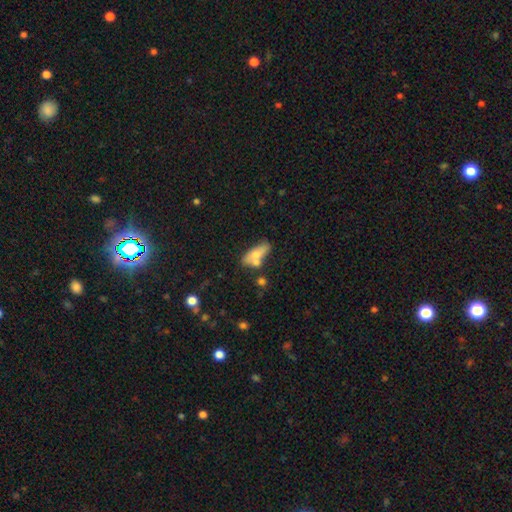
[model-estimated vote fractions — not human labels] Smooth or featured? smooth (65%)
How rounded? in between (72%)
Merging? none (42%)